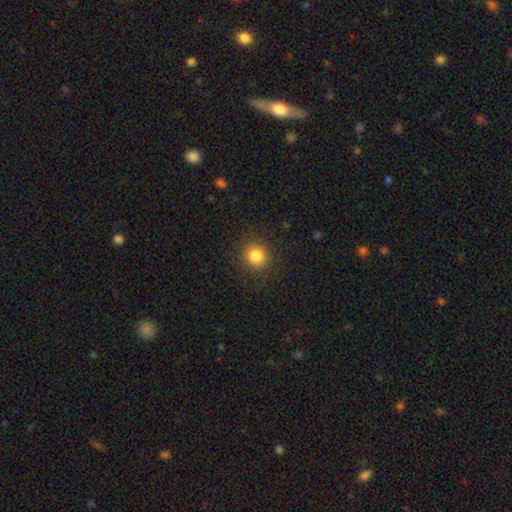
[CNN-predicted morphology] A smooth galaxy with no disk features (84%) that is round (86%). Merging: none (89%).